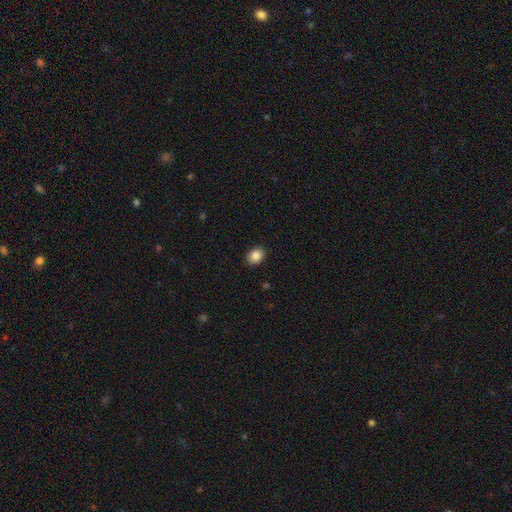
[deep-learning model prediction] smooth-or-featured: smooth: 88% | star or artifact: 9% | featured or disk: 4%
  how-rounded: in between: 54% | round: 45% | cigar-shaped: 1%
  merging: none: 90% | minor disturbance: 7% | major disturbance: 2% | merger: 1%